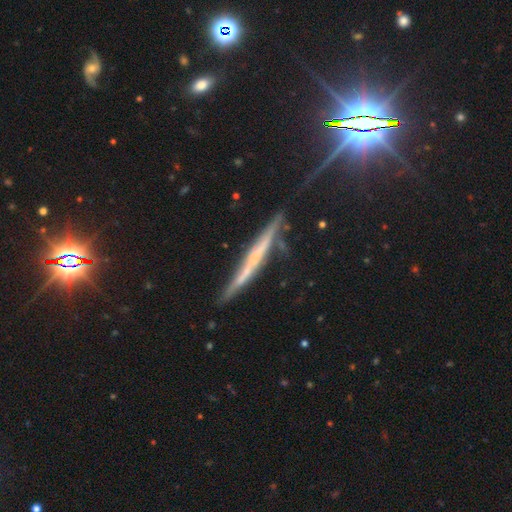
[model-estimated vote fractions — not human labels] This appears to be a featured or disk galaxy (61%) viewed edge-on (94%) with no central bulge (77%). Merging: none (76%).